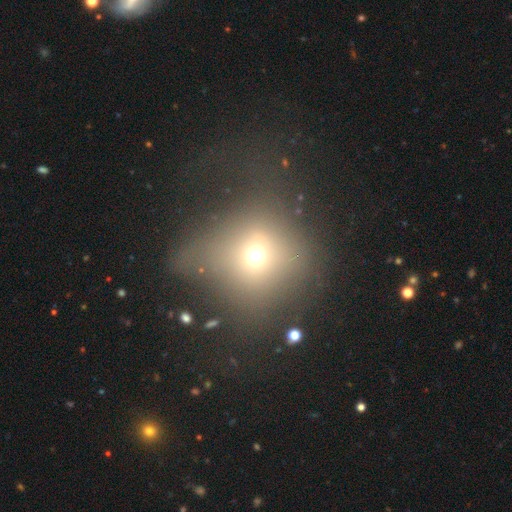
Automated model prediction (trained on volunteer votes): smooth-or-featured: smooth: 58% | star or artifact: 23% | featured or disk: 19%
  how-rounded: round: 84% | in between: 14% | cigar-shaped: 1%
  merging: none: 41% | major disturbance: 34% | minor disturbance: 20% | merger: 4%